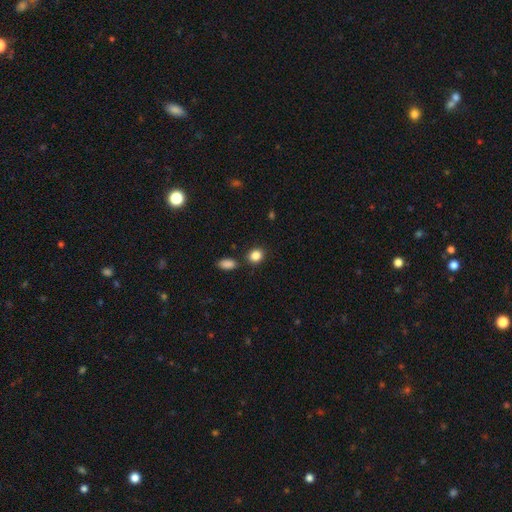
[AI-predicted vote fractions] Smooth or featured: smooth — 86% (star or artifact — 10%)
How rounded: round — 62% (in between — 37%)
Merging: none — 80% (minor disturbance — 10%)